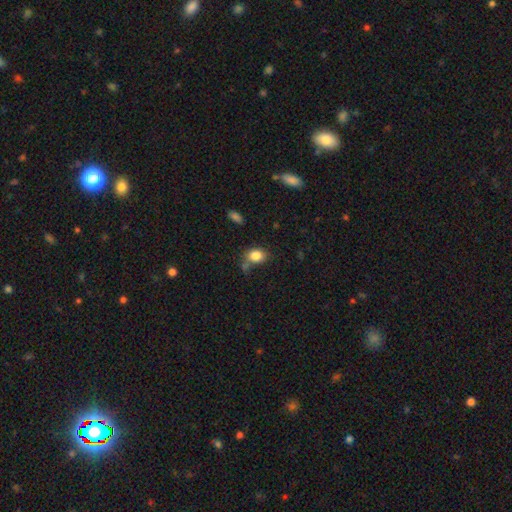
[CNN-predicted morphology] The model was most divided on "how rounded": in between: 58%, round: 41%, cigar-shaped: 1%. More confident: smooth or featured — smooth (83%); merging — none (59%).